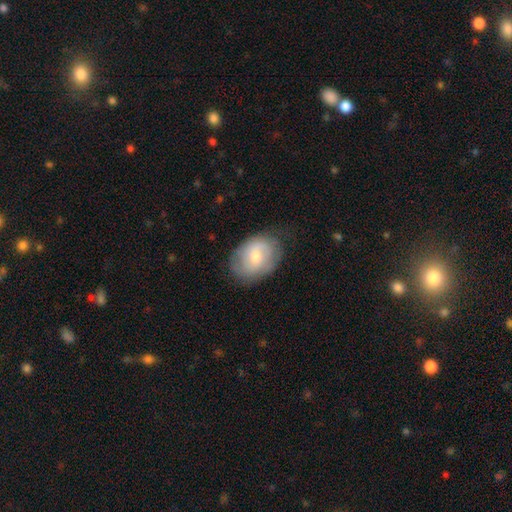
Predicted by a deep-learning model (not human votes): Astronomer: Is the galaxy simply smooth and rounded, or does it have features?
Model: smooth — 51% (runner-up: featured or disk, 42%).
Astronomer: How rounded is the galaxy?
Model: in between — 67%.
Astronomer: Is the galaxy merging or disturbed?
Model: none — 71%.